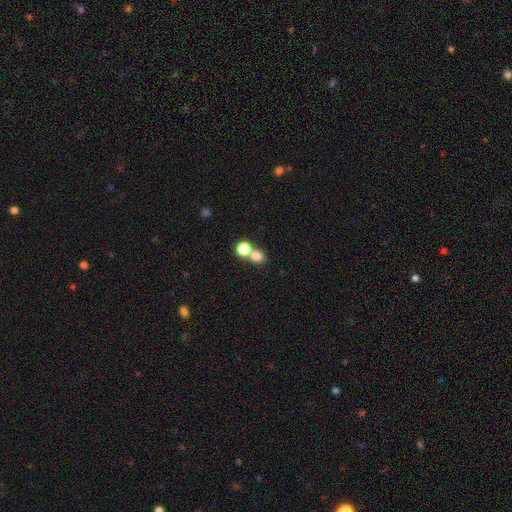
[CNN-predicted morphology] smooth_or_featured: smooth (p=0.77) [alt: star or artifact p=0.14]
how_rounded: round (p=0.70) [alt: in between p=0.29]
merging: merger (p=0.47) [alt: none p=0.43]